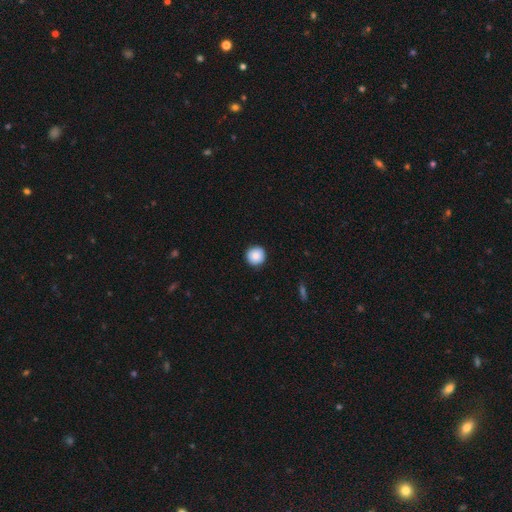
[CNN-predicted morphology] Q: Smooth or featured?
A: smooth (87%); runner-up: star or artifact (8%)
Q: How rounded?
A: round (96%); runner-up: in between (3%)
Q: Merging?
A: none (92%); runner-up: minor disturbance (6%)